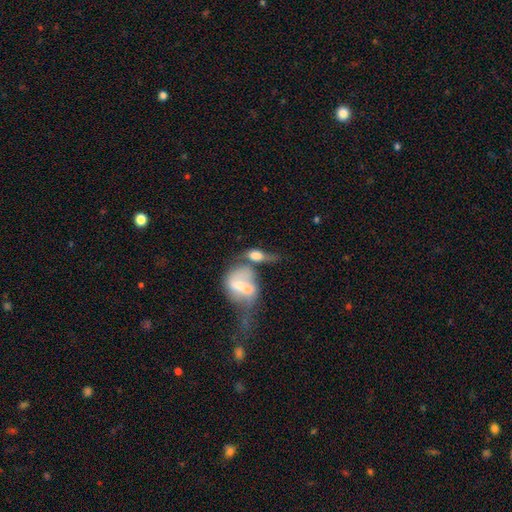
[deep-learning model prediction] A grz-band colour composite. It shows a smooth galaxy with no disk features (53%) that is in between round and cigar-shaped (75%). Merging: merger (59%).